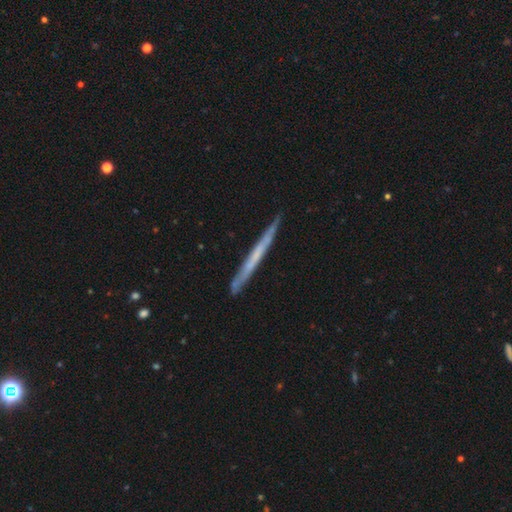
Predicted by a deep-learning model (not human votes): Smooth or featured? featured or disk (56%)
Edge-on disk? yes (95%)
Edge-on bulge? none (89%)
Merging? none (87%)